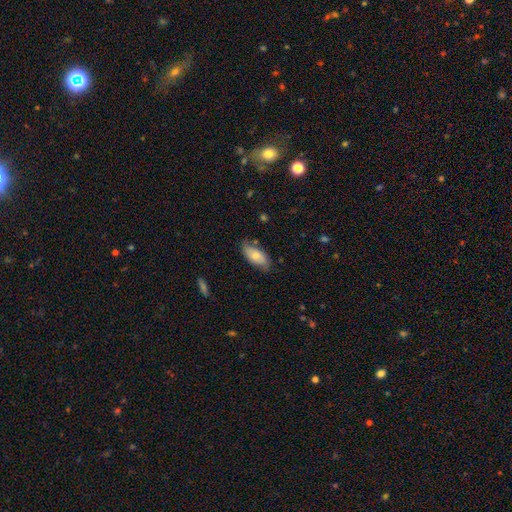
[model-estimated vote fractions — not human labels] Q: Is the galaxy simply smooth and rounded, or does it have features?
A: smooth — 66%.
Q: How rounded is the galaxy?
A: in between — 90%.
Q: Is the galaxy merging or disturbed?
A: none — 68%.